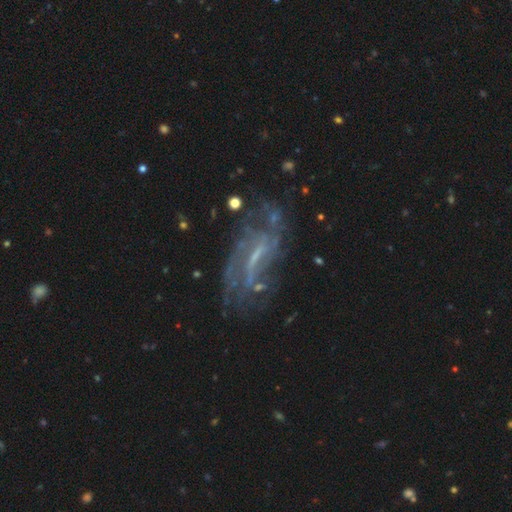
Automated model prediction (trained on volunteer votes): Overall: featured or disk (80%). Edge-on disk: no (91%). Bar: weak (44%; strong 35%). Spiral arms: yes (82%). Spiral arm count: can't tell (38%; 2 35%). Spiral winding: medium (39%; loose 35%). Bulge size: small (44%; none 38%). Merging: none (58%; minor disturbance 19%).